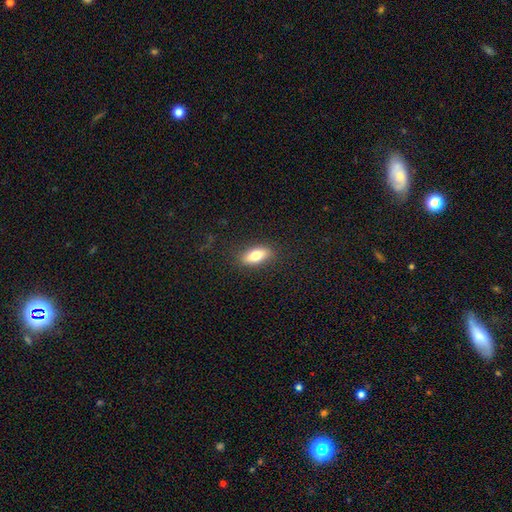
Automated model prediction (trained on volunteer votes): A smooth galaxy with no disk features (76%) that is in between round and cigar-shaped (78%).

Vote fractions:
- Smooth or featured? smooth: 76% / featured or disk: 17% / star or artifact: 7%
- How rounded? in between: 78% / cigar-shaped: 19% / round: 4%
- Merging? none: 85% / minor disturbance: 11% / major disturbance: 3% / merger: 1%